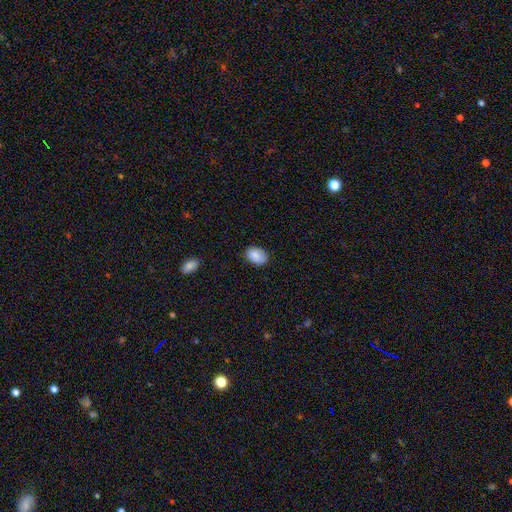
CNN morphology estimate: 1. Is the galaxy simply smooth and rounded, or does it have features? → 87% smooth, 7% star or artifact, 6% featured or disk.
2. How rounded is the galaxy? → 79% in between, 20% round, 1% cigar-shaped.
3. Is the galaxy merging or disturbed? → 83% none, 14% minor disturbance, 3% major disturbance, 1% merger.